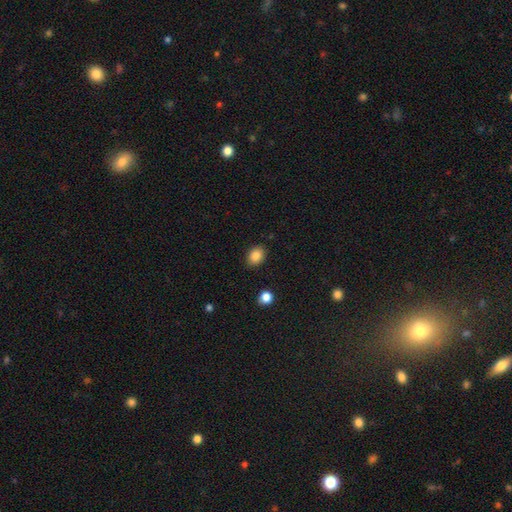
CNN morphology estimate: Smooth or featured: smooth — 87% (star or artifact — 9%)
How rounded: in between — 63% (round — 36%)
Merging: none — 87% (minor disturbance — 9%)